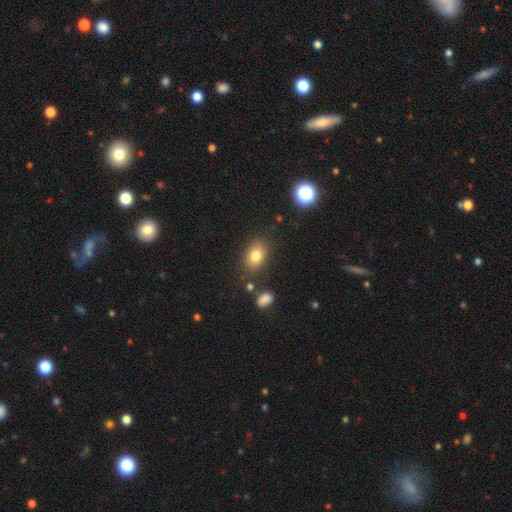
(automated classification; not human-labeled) The model was most divided on "how rounded": in between: 81%, round: 18%, cigar-shaped: 2%. More confident: merging — none (80%); smooth or featured — smooth (80%).